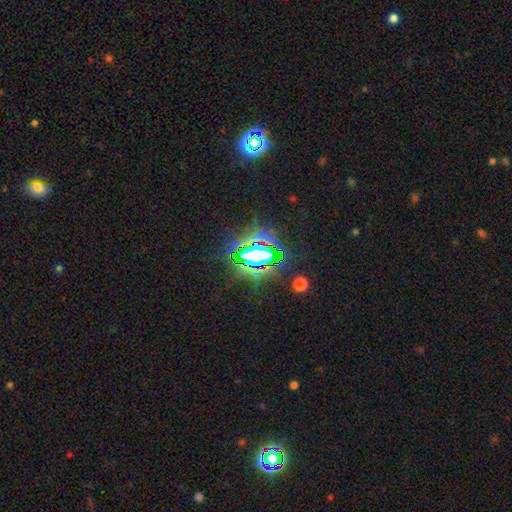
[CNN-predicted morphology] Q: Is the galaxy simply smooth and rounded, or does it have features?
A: star or artifact — 74%.